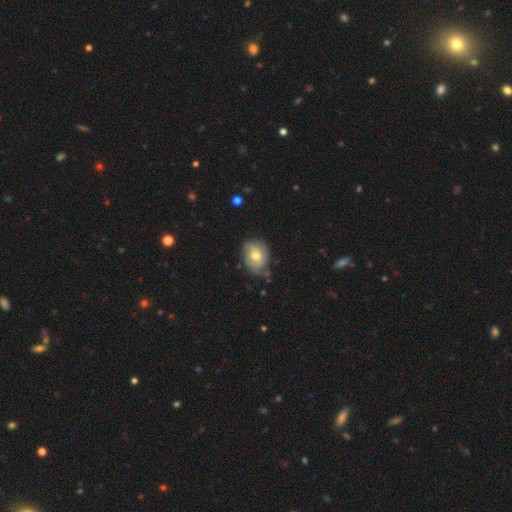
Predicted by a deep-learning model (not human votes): This appears to be a featured or disk galaxy (54%) with no bar (71%), spiral arms (77%) and a moderate central bulge (73%). Merging: none (58%).